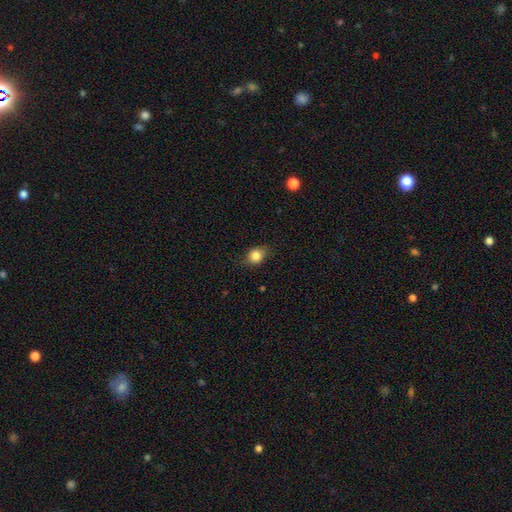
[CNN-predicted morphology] The model was most divided on "how rounded": round: 50%, in between: 48%, cigar-shaped: 2%. More confident: smooth or featured — smooth (83%); merging — none (77%).